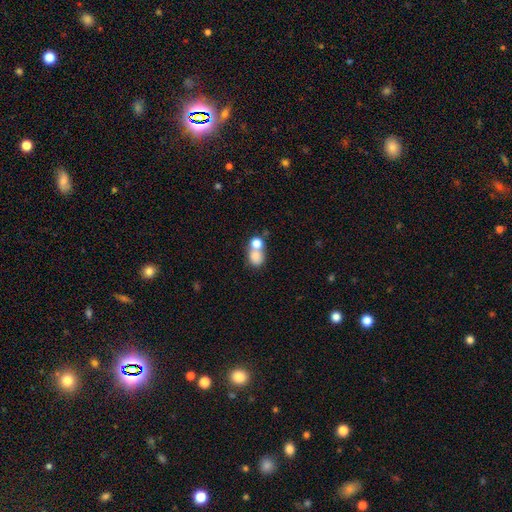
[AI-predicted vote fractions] Smooth or featured?
  - smooth: 78% *
  - featured or disk: 12%
  - star or artifact: 10%
How rounded?
  - round: 61% *
  - in between: 38%
  - cigar-shaped: 1%
Merging?
  - merger: 57% *
  - none: 29%
  - minor disturbance: 8%
  - major disturbance: 5%